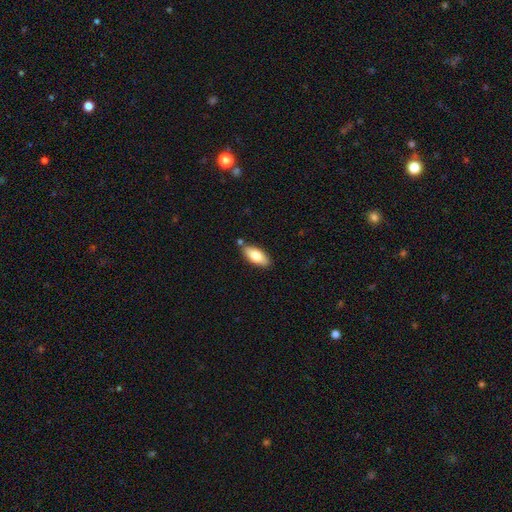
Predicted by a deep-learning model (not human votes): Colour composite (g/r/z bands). It shows a smooth galaxy with no disk features (78%) that is in between round and cigar-shaped (84%). Merging: none (79%).